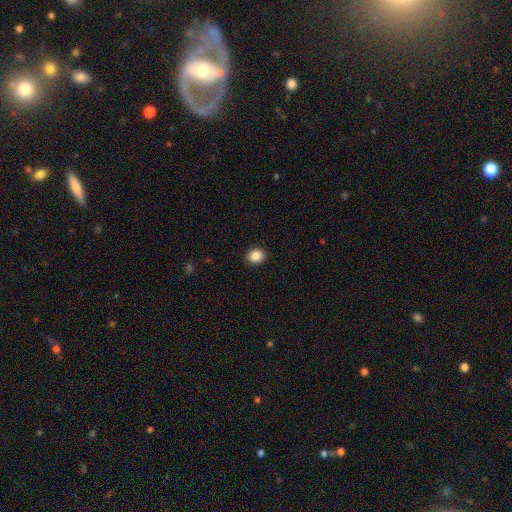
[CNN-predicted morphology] Smooth or featured?
  - smooth: 87% *
  - star or artifact: 9%
  - featured or disk: 4%
How rounded?
  - round: 69% *
  - in between: 30%
  - cigar-shaped: 1%
Merging?
  - none: 91% *
  - minor disturbance: 6%
  - major disturbance: 2%
  - merger: 1%